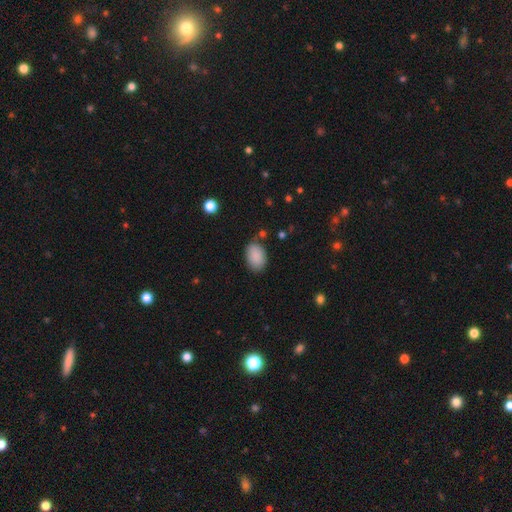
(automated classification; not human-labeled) A smooth galaxy with no disk features (89%) that is in between round and cigar-shaped (87%).

Vote fractions:
- Smooth or featured? smooth: 89% / star or artifact: 7% / featured or disk: 4%
- How rounded? in between: 87% / round: 12% / cigar-shaped: 1%
- Merging? none: 80% / minor disturbance: 14% / major disturbance: 3% / merger: 2%